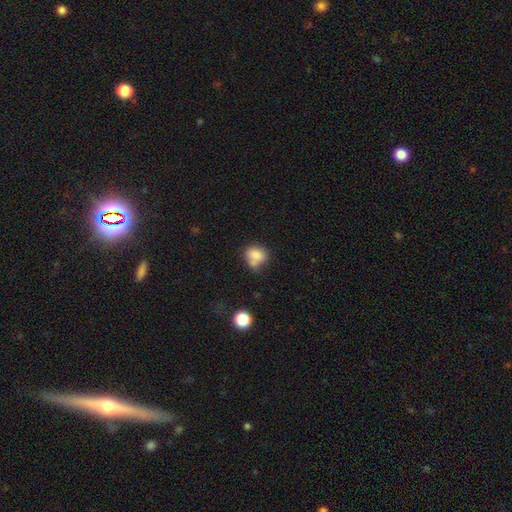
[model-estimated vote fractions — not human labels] smooth 79%, featured or disk 11%, star or artifact 10%. Down the decision tree: how rounded — round (53%); merging — none (45%).